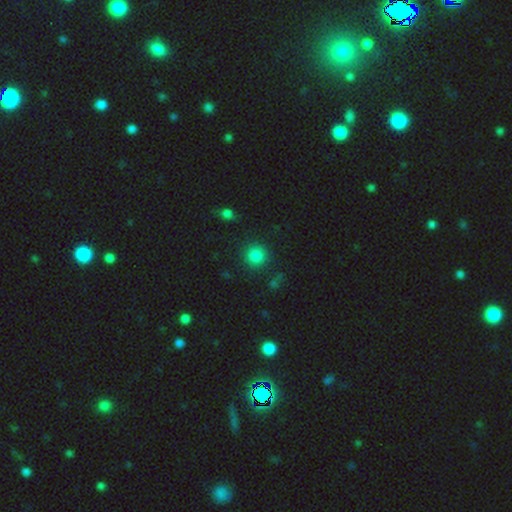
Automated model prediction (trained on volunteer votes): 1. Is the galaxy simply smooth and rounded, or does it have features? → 83% smooth, 13% star or artifact, 4% featured or disk.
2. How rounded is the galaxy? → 93% round, 6% in between, 1% cigar-shaped.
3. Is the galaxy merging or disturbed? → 87% none, 7% minor disturbance, 3% major disturbance, 3% merger.